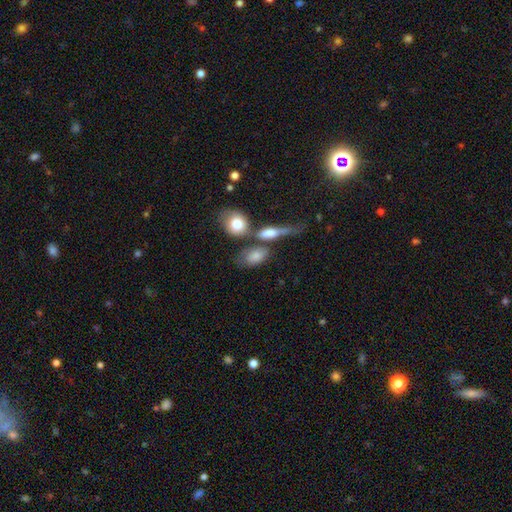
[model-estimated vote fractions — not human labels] smooth-or-featured: smooth: 75% | featured or disk: 18% | star or artifact: 8%
  how-rounded: in between: 78% | round: 15% | cigar-shaped: 7%
  merging: none: 44% | merger: 29% | minor disturbance: 17% | major disturbance: 10%